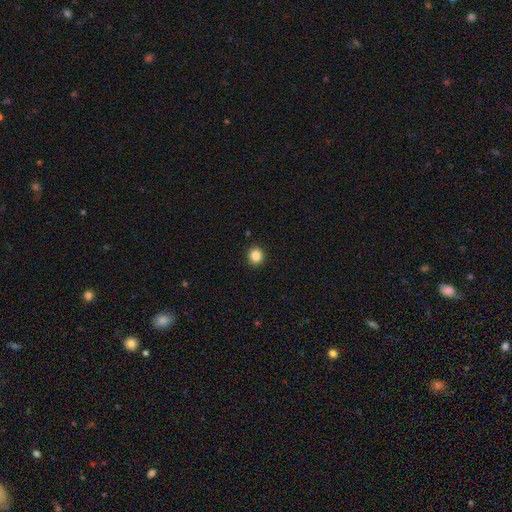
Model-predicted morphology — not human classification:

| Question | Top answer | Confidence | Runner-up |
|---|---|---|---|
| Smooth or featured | smooth | 85% | star or artifact (11%) |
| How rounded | round | 89% | in between (10%) |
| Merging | none | 92% | minor disturbance (5%) |